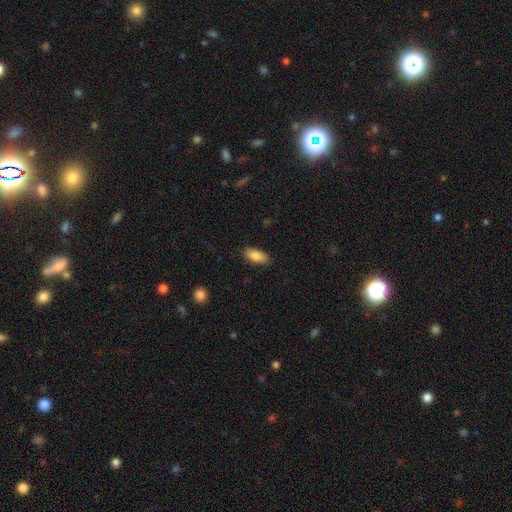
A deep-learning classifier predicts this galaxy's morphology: smooth-or-featured: smooth: 84% | featured or disk: 9% | star or artifact: 7%
  how-rounded: in between: 85% | cigar-shaped: 13% | round: 2%
  merging: none: 86% | minor disturbance: 10% | major disturbance: 2% | merger: 1%